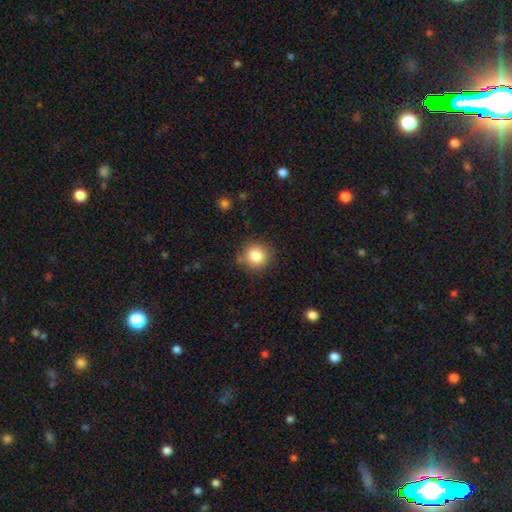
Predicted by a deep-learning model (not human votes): Smooth or featured?
  - smooth: 83% *
  - star or artifact: 11%
  - featured or disk: 7%
How rounded?
  - round: 92% *
  - in between: 7%
  - cigar-shaped: 1%
Merging?
  - none: 84% *
  - minor disturbance: 10%
  - major disturbance: 3%
  - merger: 2%